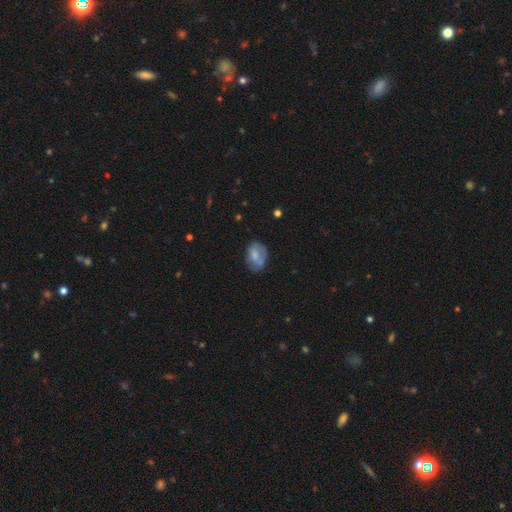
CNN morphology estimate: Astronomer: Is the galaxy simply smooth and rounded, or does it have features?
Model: smooth — 63%.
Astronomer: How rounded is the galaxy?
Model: in between — 80%.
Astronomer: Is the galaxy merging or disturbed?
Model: none — 54% (runner-up: minor disturbance, 29%).